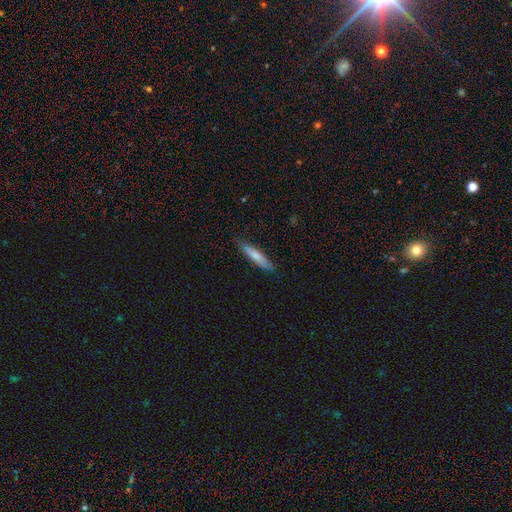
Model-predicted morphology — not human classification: smooth 72%, featured or disk 23%, star or artifact 6%. Down the decision tree: how rounded — cigar-shaped (86%); merging — none (83%).